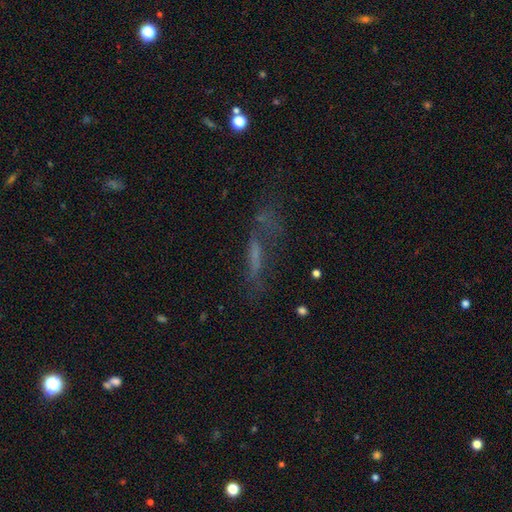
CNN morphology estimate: smooth_or_featured: featured or disk (p=0.40) [tied with: smooth p=0.40]
merging: none (p=0.49) [alt: major disturbance p=0.26]